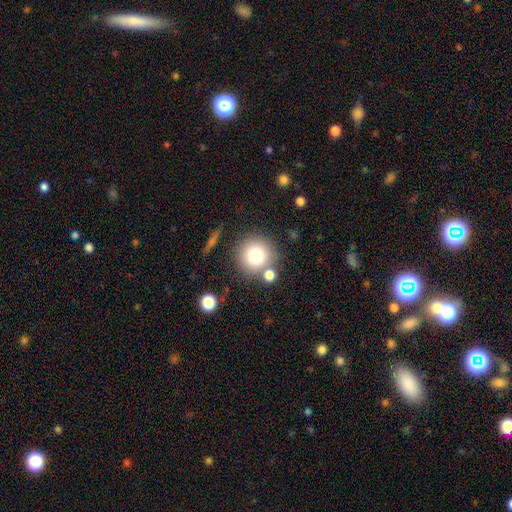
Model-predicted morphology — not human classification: smooth 77%, featured or disk 12%, star or artifact 11%. Down the decision tree: how rounded — round (94%); merging — none (75%).